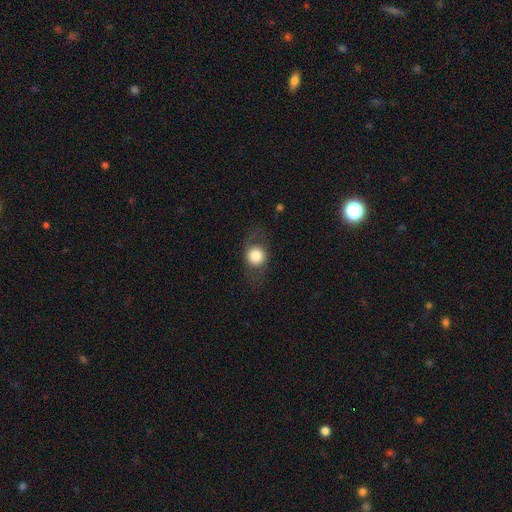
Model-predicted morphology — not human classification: The model was most divided on "how rounded": round: 69%, in between: 29%, cigar-shaped: 1%. More confident: merging — none (75%); smooth or featured — smooth (72%).